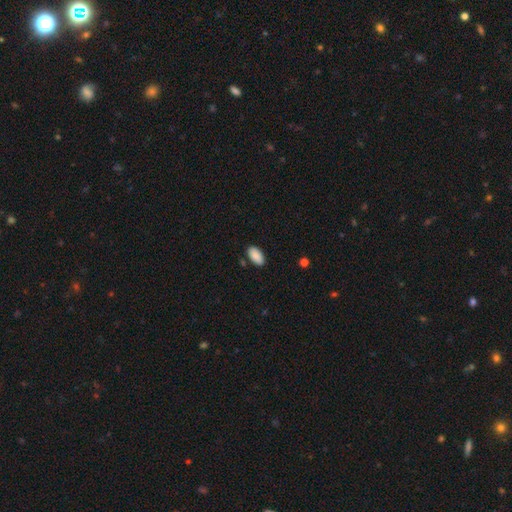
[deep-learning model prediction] Smooth or featured? smooth (89%)
How rounded? in between (95%)
Merging? none (85%)